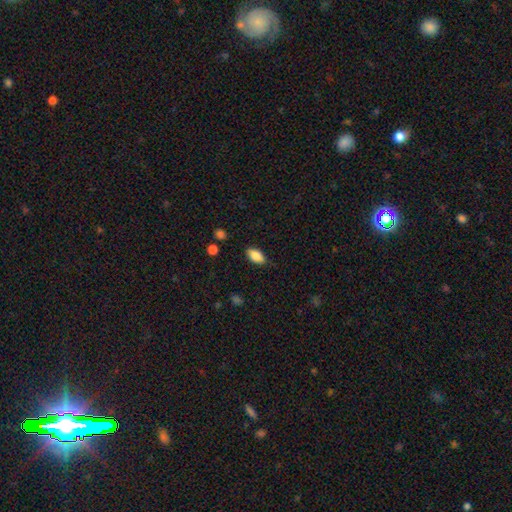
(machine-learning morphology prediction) Overall: smooth (86%). How rounded: in between (92%). Merging: none (83%).